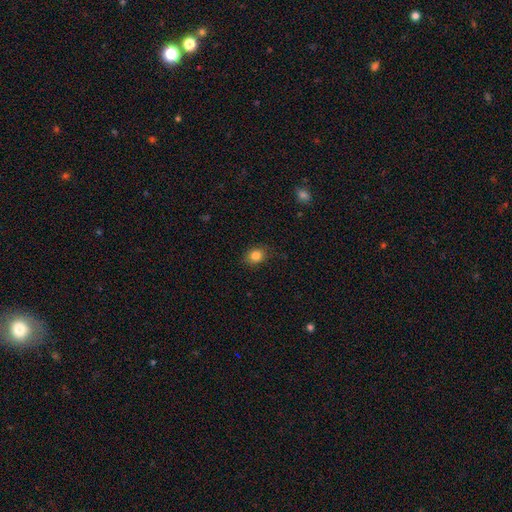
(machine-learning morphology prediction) Q: Smooth or featured?
A: smooth (84%); runner-up: star or artifact (10%)
Q: How rounded?
A: round (55%); runner-up: in between (44%)
Q: Merging?
A: none (83%); runner-up: minor disturbance (13%)